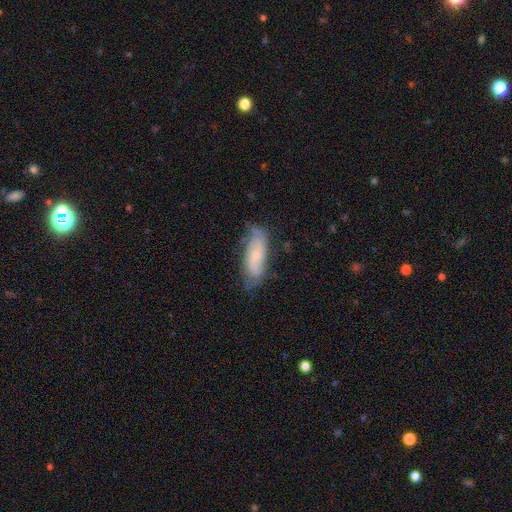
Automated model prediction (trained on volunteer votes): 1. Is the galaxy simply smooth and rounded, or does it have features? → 63% featured or disk, 30% smooth, 7% star or artifact.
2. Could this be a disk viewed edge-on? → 87% no, 13% yes.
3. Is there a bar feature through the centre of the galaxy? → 69% no, 24% weak, 6% strong.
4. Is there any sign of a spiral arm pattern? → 84% yes, 16% no.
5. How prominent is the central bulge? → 68% small, 27% moderate, 3% none, 1% large, 1% dominant.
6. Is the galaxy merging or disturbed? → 65% none, 25% minor disturbance, 8% major disturbance, 2% merger.